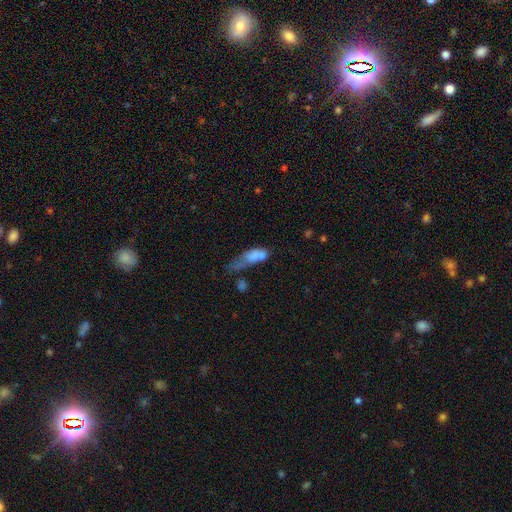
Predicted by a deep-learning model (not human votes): The model was most divided on "merging": major disturbance: 32%, merger: 31%, minor disturbance: 19%, none: 18%. More confident: how rounded — in between (66%); smooth or featured — smooth (60%).